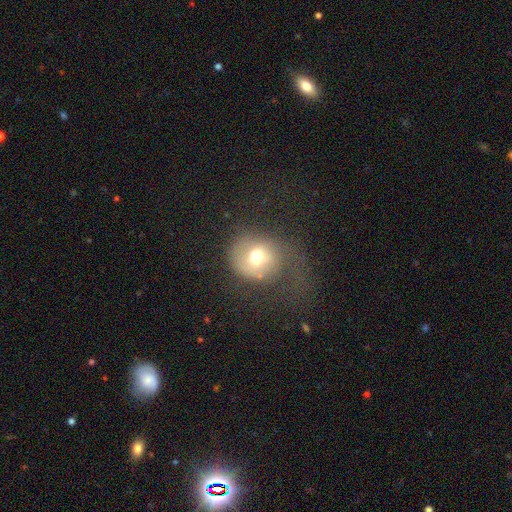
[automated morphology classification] type=smooth (60%); roundness=round (74%); merging=major disturbance (37%).